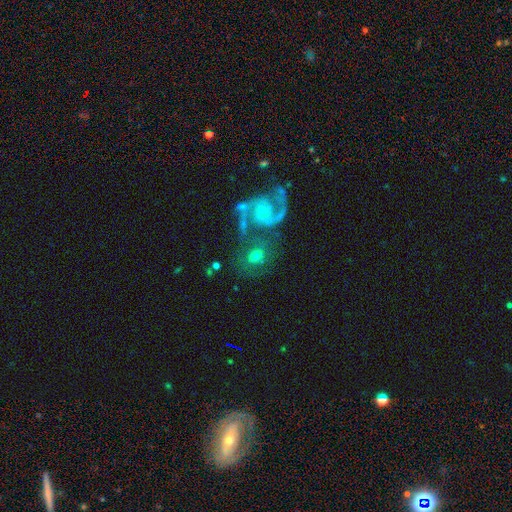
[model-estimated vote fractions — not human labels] Smooth or featured? featured or disk (59%)
Edge-on disk? no (96%)
Bar? no (57%)
Spiral arms? yes (88%)
Spiral winding? medium (51%)
Spiral arm count? 2 (79%)
Bulge size? small (53%)
Merging? none (50%)